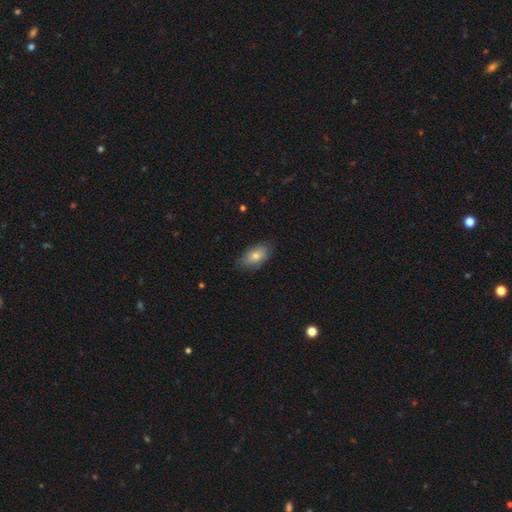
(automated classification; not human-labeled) smooth-or-featured: smooth: 70% | featured or disk: 22% | star or artifact: 8%
  how-rounded: in between: 91% | round: 6% | cigar-shaped: 4%
  merging: none: 80% | minor disturbance: 16% | major disturbance: 3% | merger: 1%